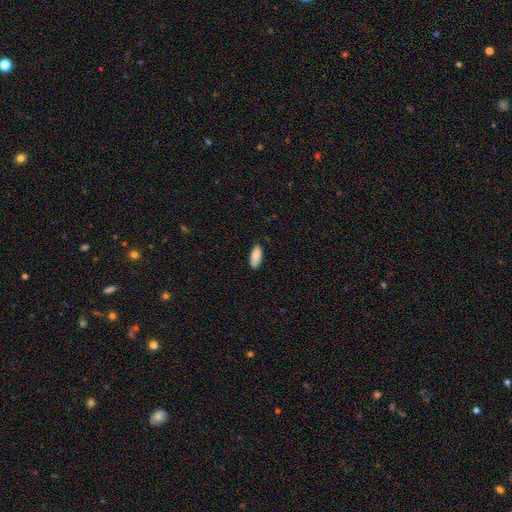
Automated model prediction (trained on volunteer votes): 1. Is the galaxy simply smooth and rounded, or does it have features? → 88% smooth, 6% star or artifact, 5% featured or disk.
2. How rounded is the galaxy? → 82% in between, 16% cigar-shaped, 2% round.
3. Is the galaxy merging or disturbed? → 82% none, 15% minor disturbance, 2% major disturbance, 1% merger.